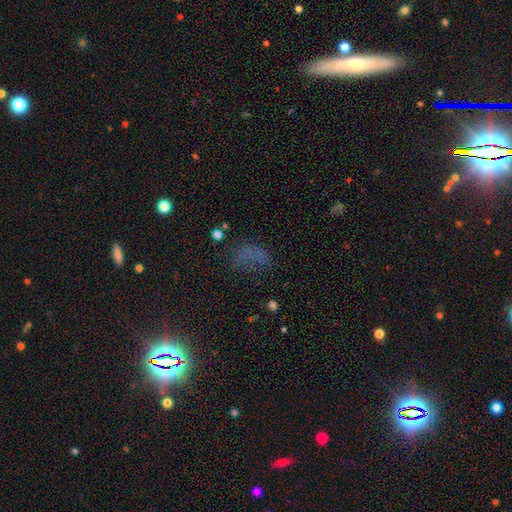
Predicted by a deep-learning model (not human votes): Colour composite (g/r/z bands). It shows a smooth galaxy with no disk features (43%). Merging: none (41%).